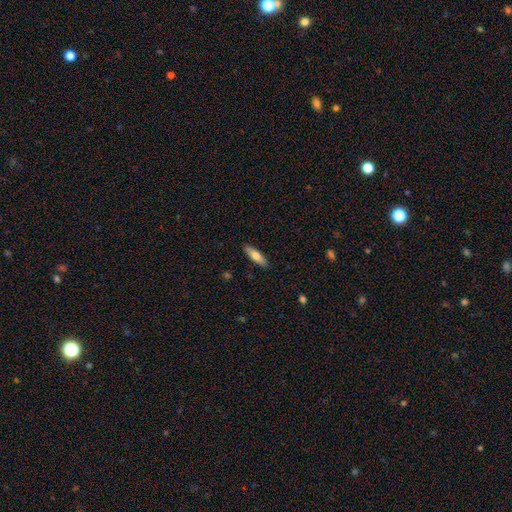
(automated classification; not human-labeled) A smooth galaxy with no disk features (68%) that is cigar-shaped (62%).

Vote fractions:
- Smooth or featured? smooth: 68% / featured or disk: 27% / star or artifact: 6%
- How rounded? cigar-shaped: 62% / in between: 36% / round: 2%
- Merging? none: 89% / minor disturbance: 8% / major disturbance: 2% / merger: 1%